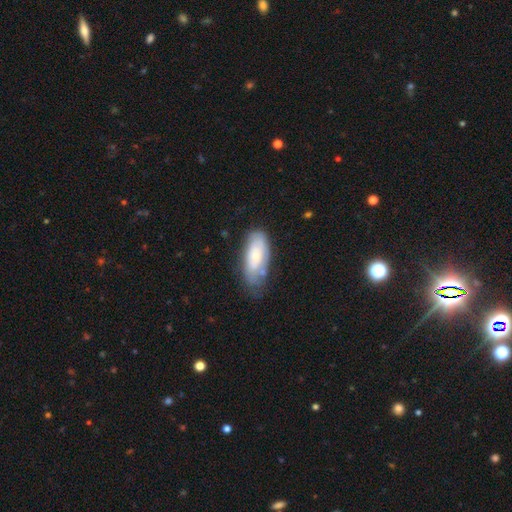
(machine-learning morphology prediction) Smooth or featured: smooth — 53% (featured or disk — 40%)
How rounded: in between — 84% (cigar-shaped — 13%)
Merging: none — 51% (minor disturbance — 32%)